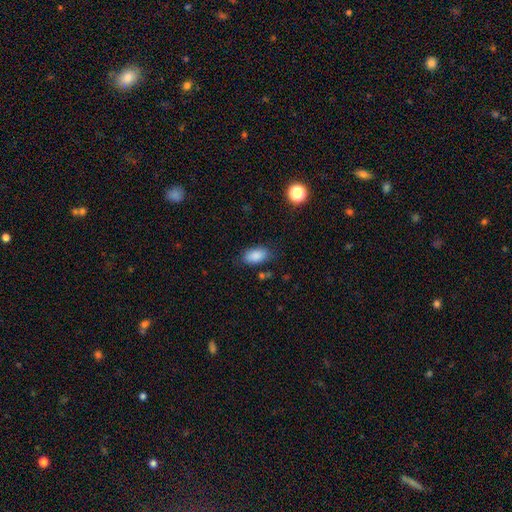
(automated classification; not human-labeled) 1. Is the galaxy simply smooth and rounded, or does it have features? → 87% smooth, 8% star or artifact, 5% featured or disk.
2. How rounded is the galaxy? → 91% in between, 6% round, 3% cigar-shaped.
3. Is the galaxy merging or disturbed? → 79% none, 15% minor disturbance, 4% major disturbance, 2% merger.